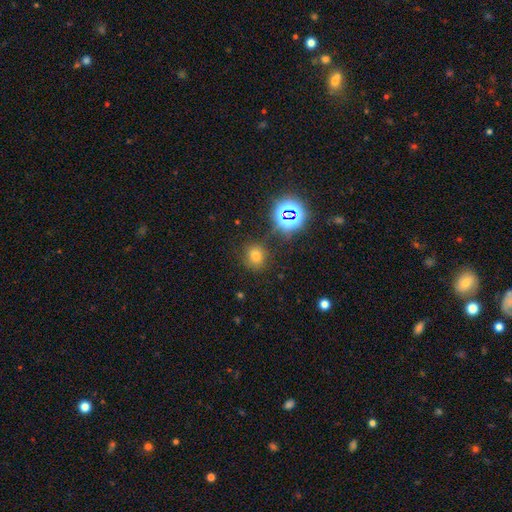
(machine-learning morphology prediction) A smooth galaxy with no disk features (64%) that is round (72%).

Vote fractions:
- Smooth or featured? smooth: 64% / star or artifact: 28% / featured or disk: 9%
- How rounded? round: 72% / in between: 27% / cigar-shaped: 1%
- Merging? none: 80% / minor disturbance: 12% / major disturbance: 5% / merger: 3%